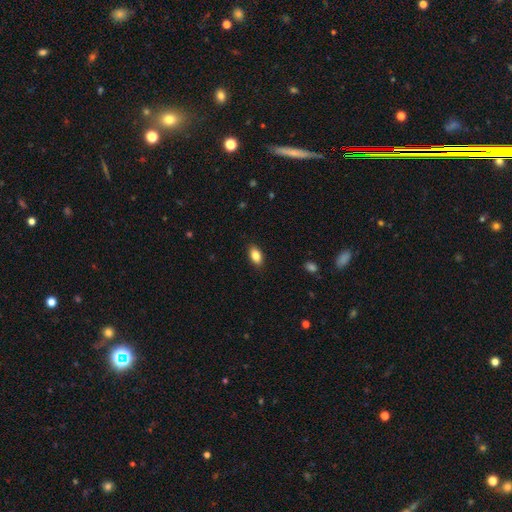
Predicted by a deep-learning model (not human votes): The model was most divided on "smooth or featured": smooth: 85%, star or artifact: 8%, featured or disk: 7%. More confident: how rounded — in between (91%); merging — none (88%).